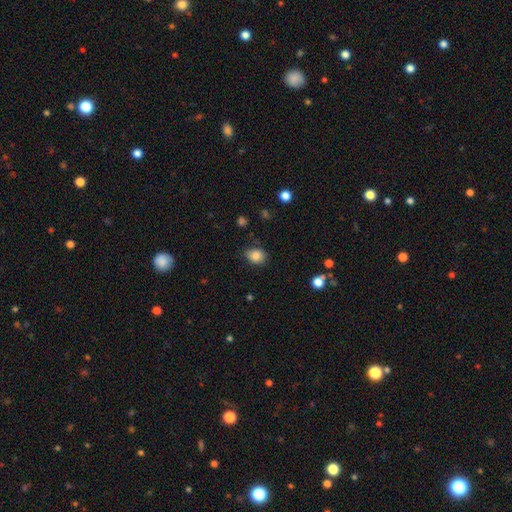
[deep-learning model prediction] smooth-or-featured: smooth: 84% | star or artifact: 10% | featured or disk: 6%
  how-rounded: round: 51% | in between: 48% | cigar-shaped: 1%
  merging: none: 77% | minor disturbance: 18% | major disturbance: 4% | merger: 2%